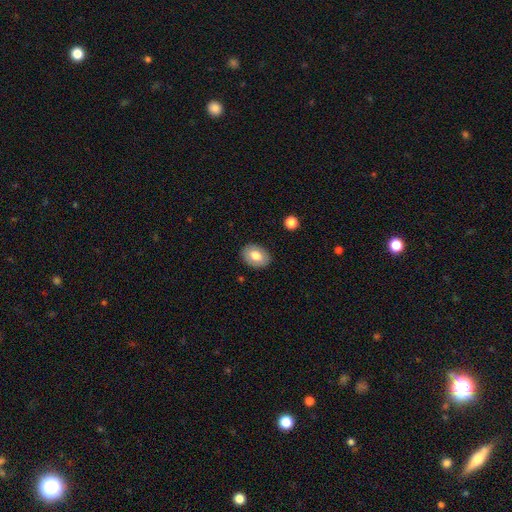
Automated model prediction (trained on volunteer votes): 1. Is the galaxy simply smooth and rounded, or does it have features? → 74% smooth, 19% featured or disk, 7% star or artifact.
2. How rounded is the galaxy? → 75% in between, 24% round, 1% cigar-shaped.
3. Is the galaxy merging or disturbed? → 87% none, 9% minor disturbance, 2% major disturbance, 1% merger.